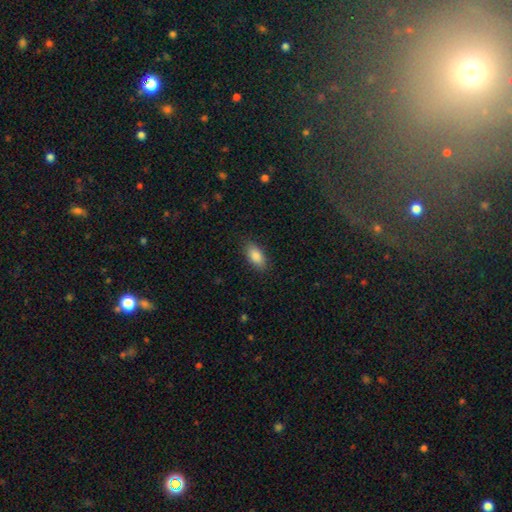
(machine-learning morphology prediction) The model was most divided on "merging": none: 86%, minor disturbance: 10%, major disturbance: 3%, merger: 1%. More confident: how rounded — in between (91%); smooth or featured — smooth (87%).